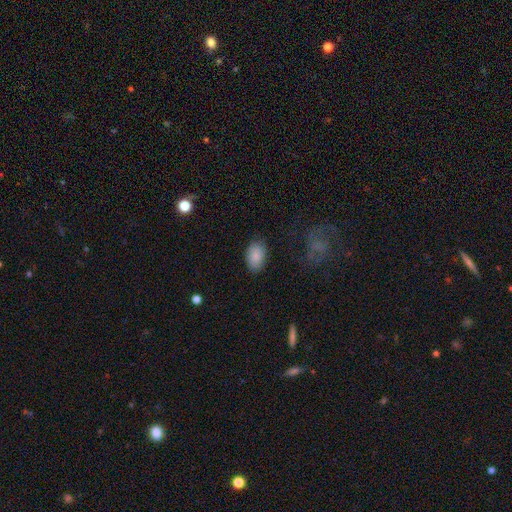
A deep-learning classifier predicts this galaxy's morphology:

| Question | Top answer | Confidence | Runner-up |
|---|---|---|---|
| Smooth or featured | smooth | 87% | star or artifact (7%) |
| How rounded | in between | 90% | round (9%) |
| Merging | none | 84% | minor disturbance (12%) |